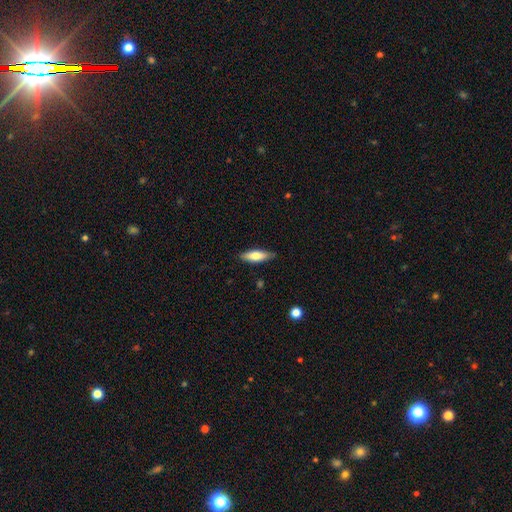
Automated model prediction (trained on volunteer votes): Overall: smooth (74%). How rounded: in between (55%; cigar-shaped 43%). Merging: none (83%).